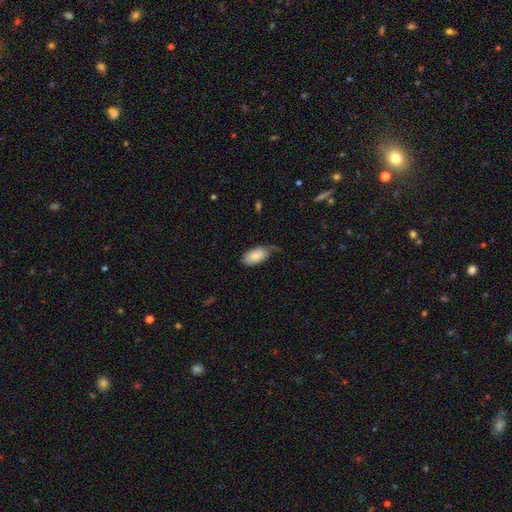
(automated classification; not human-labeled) Smooth or featured? Predicted: smooth (p=0.83). How rounded? Predicted: in between (p=0.95). Merging? Predicted: none (p=0.50).